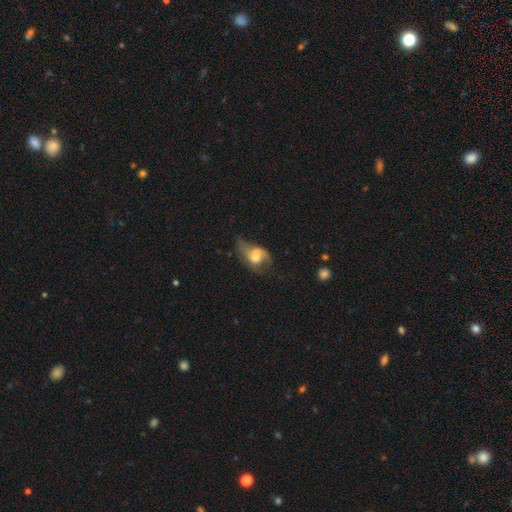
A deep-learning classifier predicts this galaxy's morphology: This is possibly a featured or disk galaxy (50%). Merging: marginally major disturbance (37%).